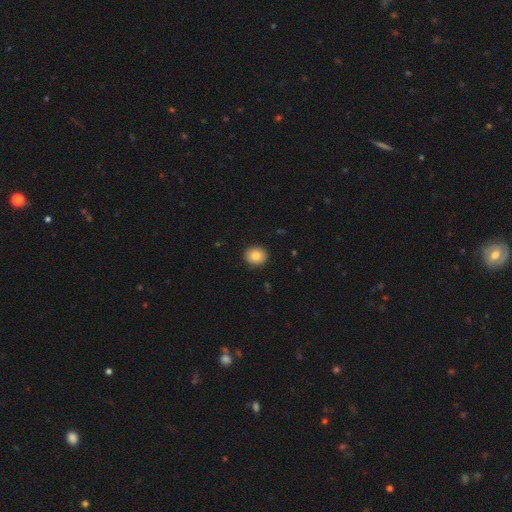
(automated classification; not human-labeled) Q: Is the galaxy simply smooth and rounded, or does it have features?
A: smooth — 83%.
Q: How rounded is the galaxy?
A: round — 78%.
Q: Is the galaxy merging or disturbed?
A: none — 92%.